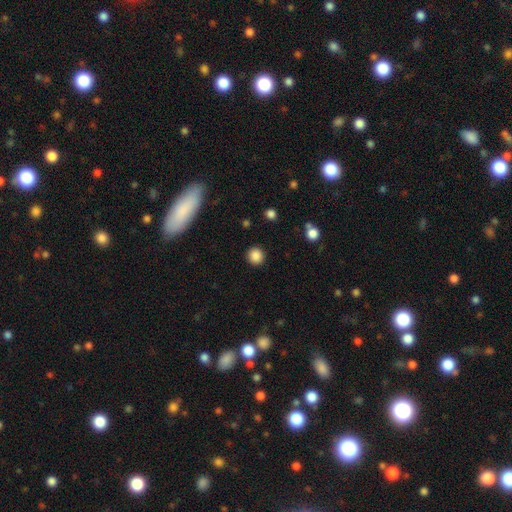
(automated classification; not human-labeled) Smooth or featured? smooth (87%)
How rounded? round (93%)
Merging? none (91%)